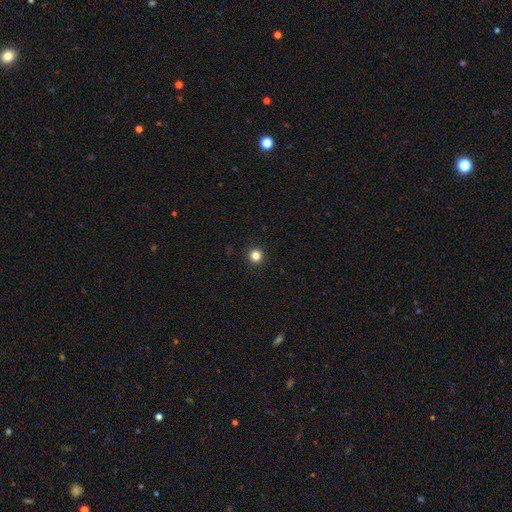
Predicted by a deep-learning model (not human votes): Morphology: type=smooth (83%); roundness=round (96%); merging=none (94%).